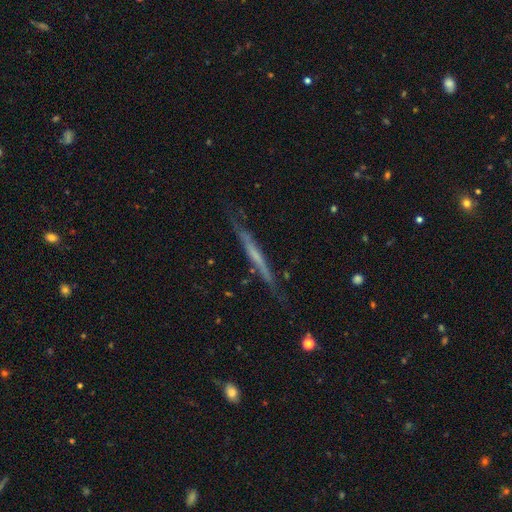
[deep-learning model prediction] Overall: featured or disk (61%; smooth 32%). Edge-on disk: yes (93%). Edge-on bulge: none (78%). Merging: none (76%).